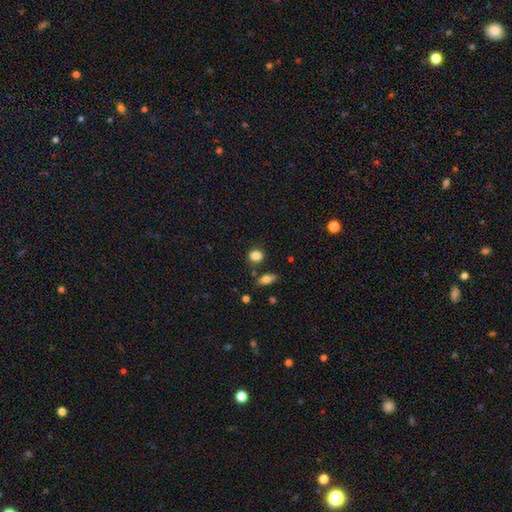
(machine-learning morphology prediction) Smooth or featured? Predicted: smooth (p=0.85). How rounded? Predicted: round (p=0.53). Merging? Predicted: none (p=0.76).